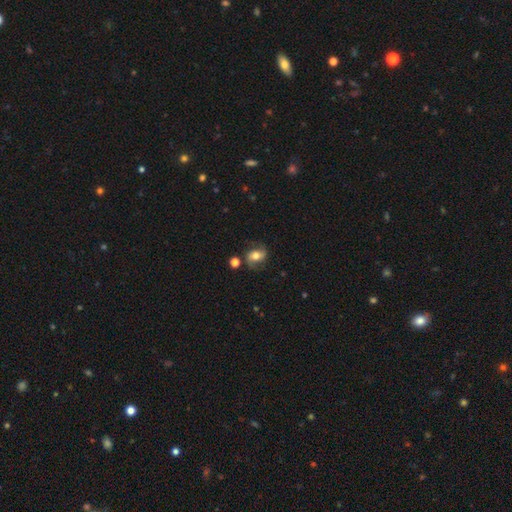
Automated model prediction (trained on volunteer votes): Smooth or featured?
  - featured or disk: 56% *
  - smooth: 35%
  - star or artifact: 9%
Edge-on disk?
  - no: 96% *
  - yes: 4%
Bar?
  - no: 50% *
  - weak: 32%
  - strong: 17%
Spiral arms?
  - yes: 86% *
  - no: 14%
Bulge size?
  - moderate: 63% *
  - large: 21%
  - small: 12%
  - dominant: 3%
  - none: 2%
Merging?
  - none: 70% *
  - minor disturbance: 17%
  - major disturbance: 7%
  - merger: 5%